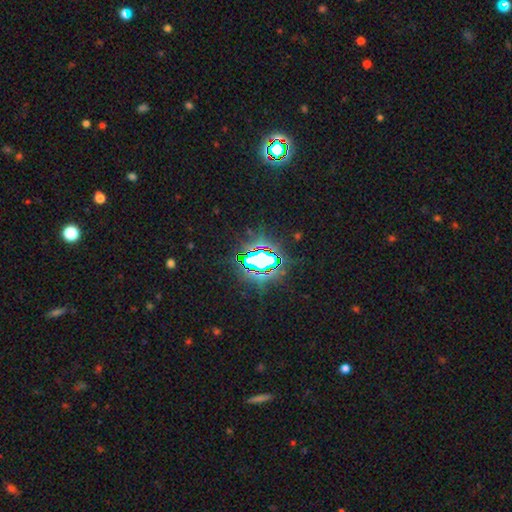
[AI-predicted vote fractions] Smooth or featured: star or artifact — 76% (smooth — 13%)